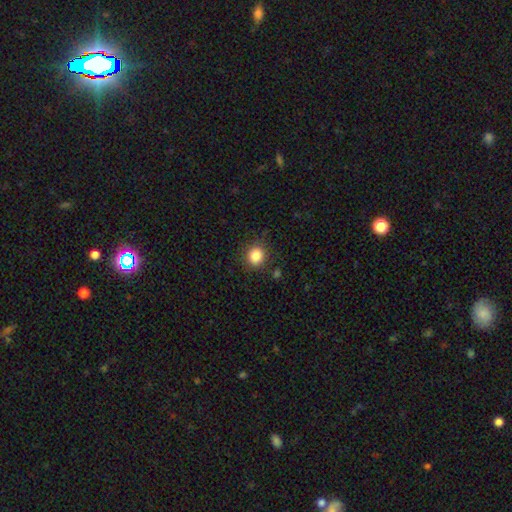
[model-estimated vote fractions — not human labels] smooth_or_featured: smooth (p=0.85) [alt: star or artifact p=0.11]
how_rounded: round (p=0.80) [alt: in between p=0.19]
merging: none (p=0.85) [alt: minor disturbance p=0.10]